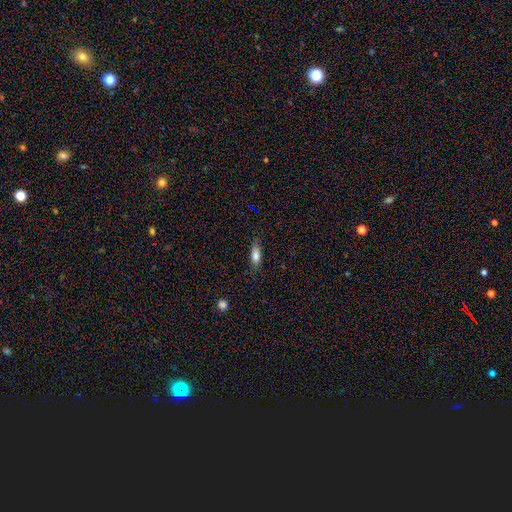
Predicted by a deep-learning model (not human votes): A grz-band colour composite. It shows a smooth galaxy with no disk features (77%) that is in between round and cigar-shaped (64%). Merging: none (78%).